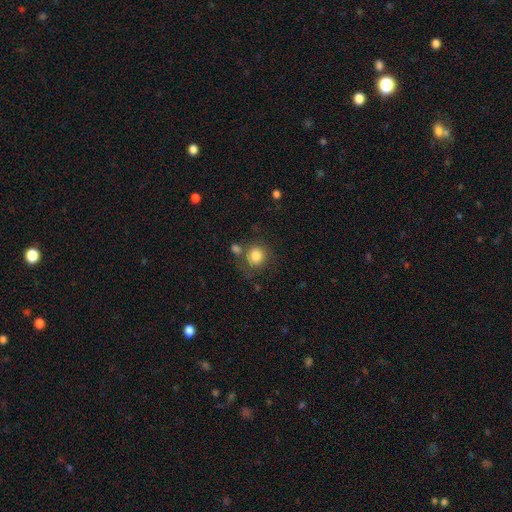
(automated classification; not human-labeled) A smooth galaxy with no disk features (82%) that is round (87%). Merging: none (63%).